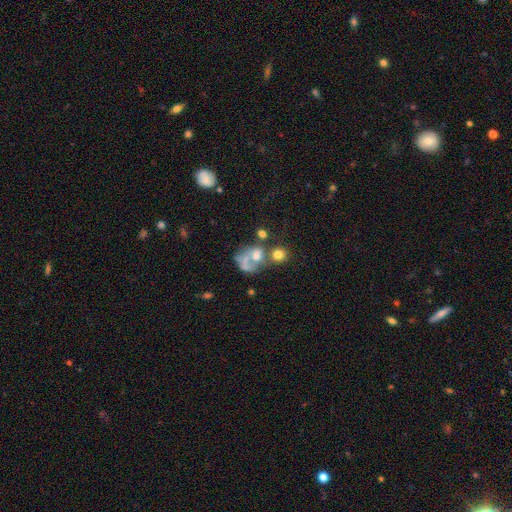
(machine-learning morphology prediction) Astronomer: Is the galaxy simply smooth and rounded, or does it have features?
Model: smooth — 44% (runner-up: featured or disk, 40%).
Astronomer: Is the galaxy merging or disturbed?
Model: merger — 41% (runner-up: major disturbance, 25%).